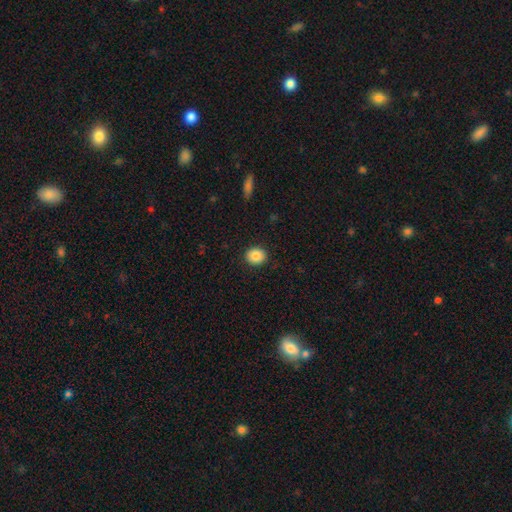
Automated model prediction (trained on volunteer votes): Morphology: type=smooth (86%); roundness=round (76%); merging=none (91%).